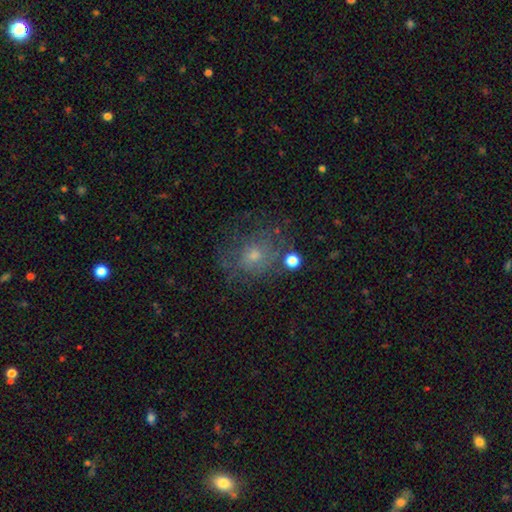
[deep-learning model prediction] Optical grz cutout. It shows a smooth galaxy with no disk features (52%) that is round (66%). Merging: none (57%).